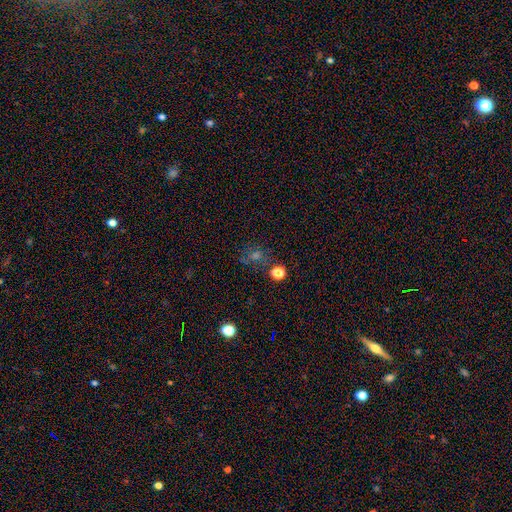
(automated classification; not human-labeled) star or artifact 43%, smooth 40%, featured or disk 17%.